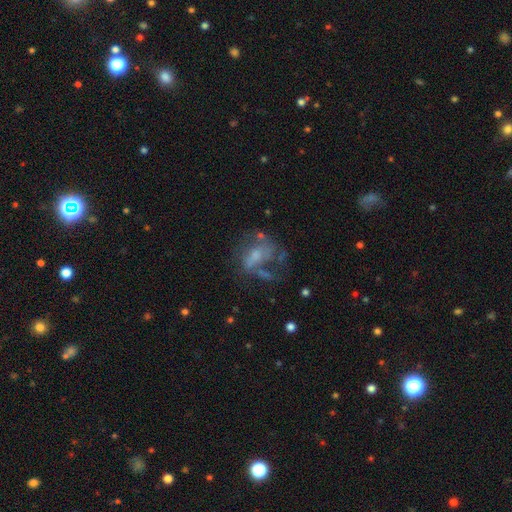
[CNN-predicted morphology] Smooth or featured: featured or disk — 60% (smooth — 25%)
Edge-on disk: no — 96% (yes — 4%)
Bar: no — 61% (weak — 30%)
Spiral arms: no — 54% (yes — 46%)
Bulge size: small — 44% (moderate — 29%)
Merging: major disturbance — 37% (none — 36%)